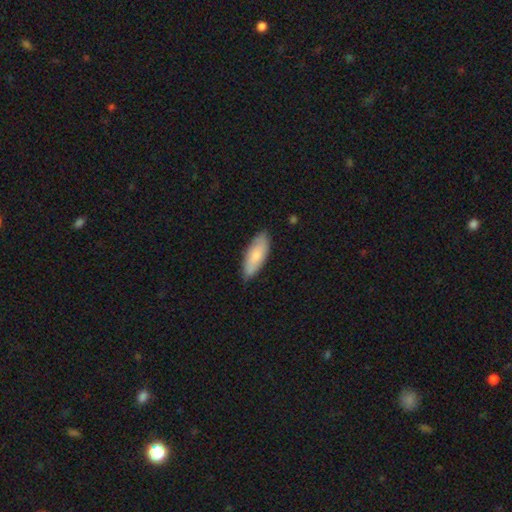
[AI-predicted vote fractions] A smooth galaxy with no disk features (76%) that is in between round and cigar-shaped (75%). Merging: none (80%).